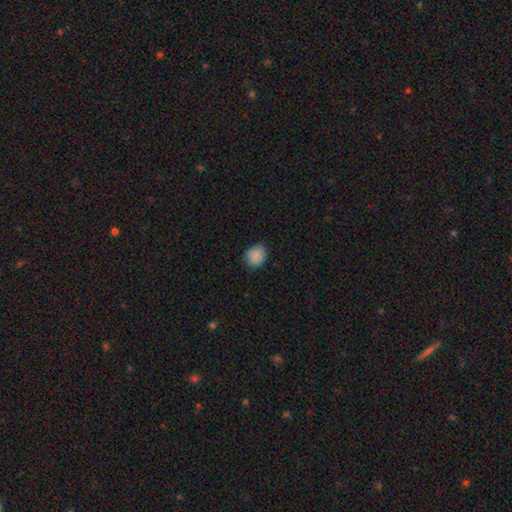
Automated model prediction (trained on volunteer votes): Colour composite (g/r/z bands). It shows a smooth galaxy with no disk features (88%) that is round (68%). Merging: none (81%).